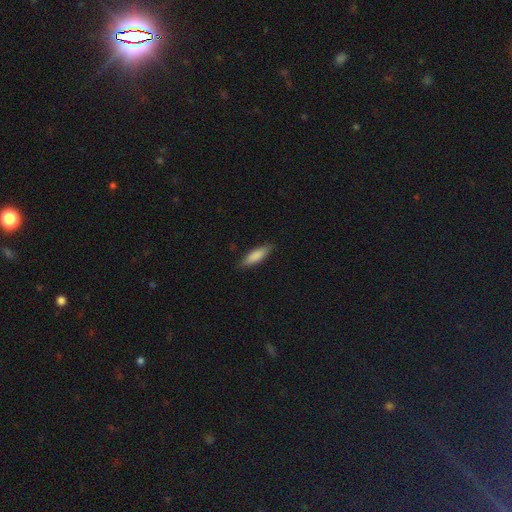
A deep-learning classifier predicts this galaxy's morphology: The model was most divided on "how rounded": cigar-shaped: 60%, in between: 38%, round: 2%. More confident: merging — none (85%); smooth or featured — smooth (82%).